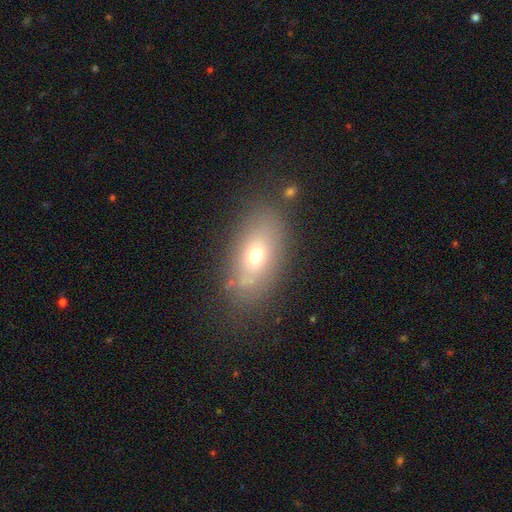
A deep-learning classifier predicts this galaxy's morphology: Smooth or featured? smooth (65%)
How rounded? in between (85%)
Merging? none (74%)